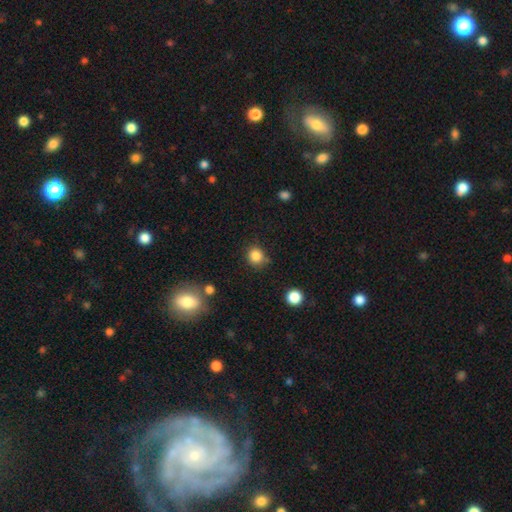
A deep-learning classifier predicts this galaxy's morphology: Overall: smooth (85%). How rounded: round (87%). Merging: none (78%).